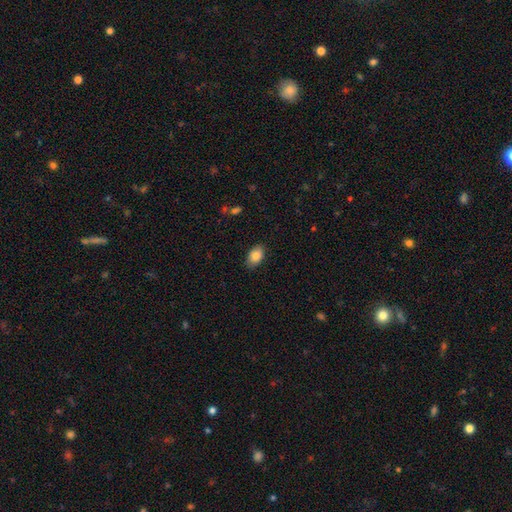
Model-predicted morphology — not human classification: smooth 85%, featured or disk 8%, star or artifact 7%. Down the decision tree: how rounded — in between (89%); merging — none (84%).